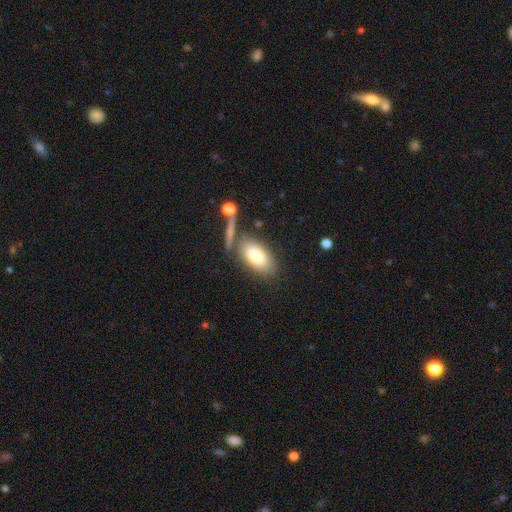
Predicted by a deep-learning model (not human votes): The model was most divided on "merging": none: 67%, minor disturbance: 14%, merger: 14%, major disturbance: 5%. More confident: how rounded — in between (92%); smooth or featured — smooth (79%).